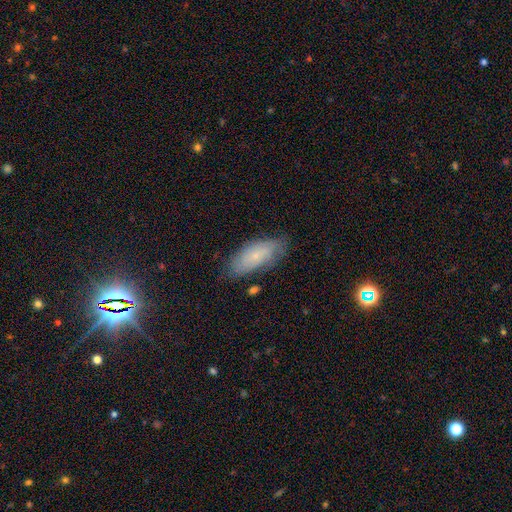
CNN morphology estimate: smooth_or_featured: smooth (p=0.65) [alt: featured or disk p=0.26]
how_rounded: in between (p=0.80) [alt: cigar-shaped p=0.18]
merging: none (p=0.73) [alt: minor disturbance p=0.20]